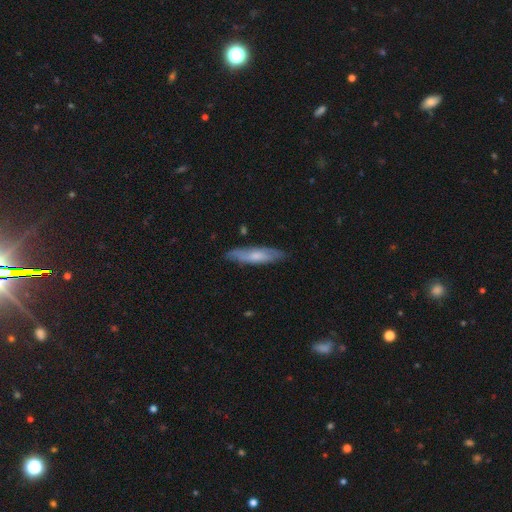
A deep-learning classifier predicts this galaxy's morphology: type=smooth (53%); roundness=cigar-shaped (75%); merging=none (81%).